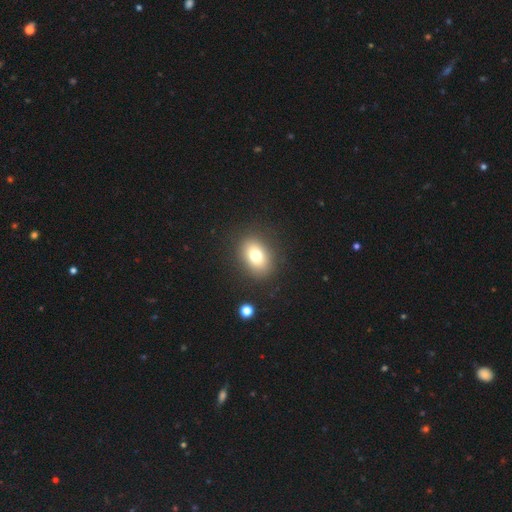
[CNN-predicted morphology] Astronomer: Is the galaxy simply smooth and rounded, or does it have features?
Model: smooth — 75%.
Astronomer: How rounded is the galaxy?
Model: in between — 67%.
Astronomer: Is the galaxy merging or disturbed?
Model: none — 87%.